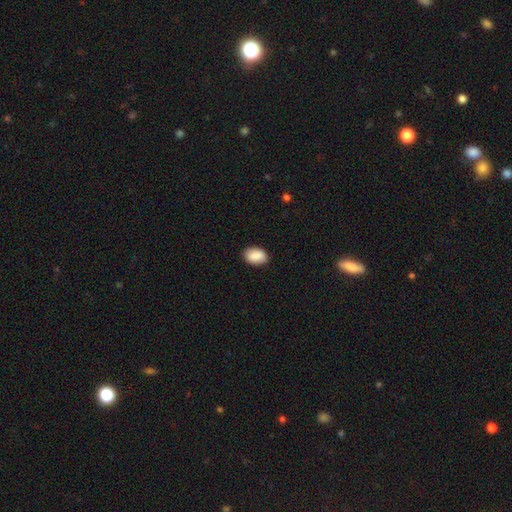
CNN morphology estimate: The model was most divided on "merging": none: 88%, minor disturbance: 9%, major disturbance: 2%, merger: 1%. More confident: how rounded — in between (91%); smooth or featured — smooth (89%).